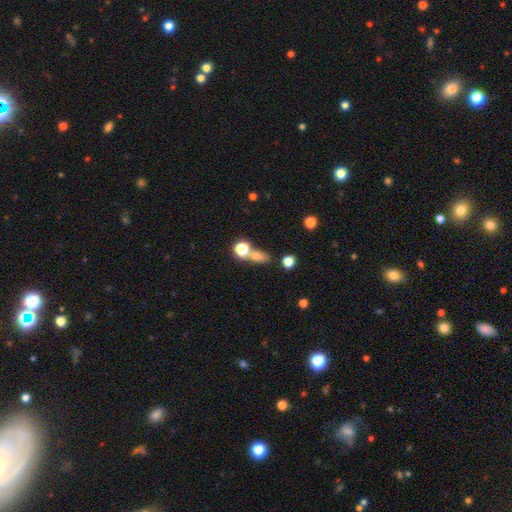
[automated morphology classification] Smooth or featured? Predicted: smooth (p=0.68). How rounded? Predicted: in between (p=0.50). Merging? Predicted: none (p=0.47).